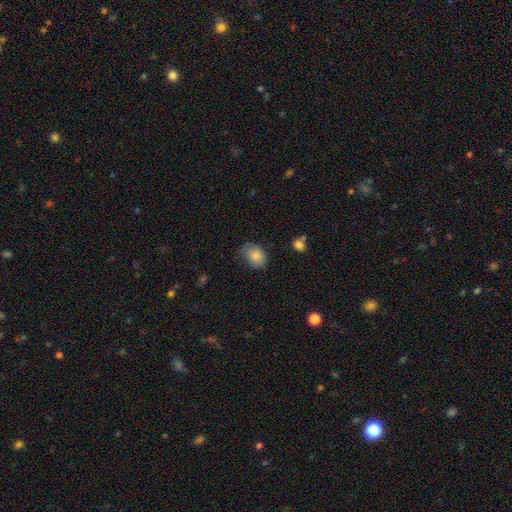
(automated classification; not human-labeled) smooth 83%, featured or disk 9%, star or artifact 8%. Down the decision tree: how rounded — in between (71%); merging — none (56%).